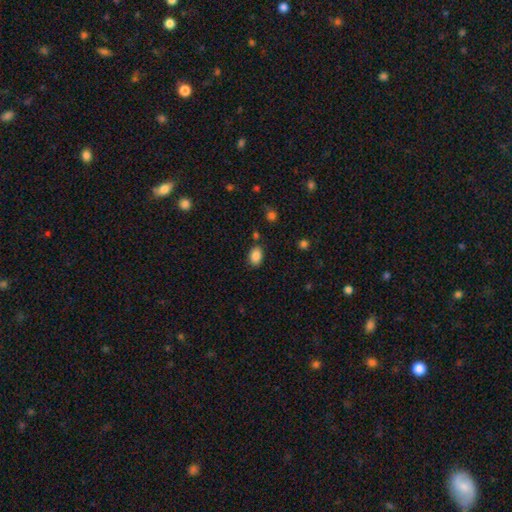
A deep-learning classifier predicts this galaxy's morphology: The model was most divided on "how rounded": in between: 79%, round: 20%, cigar-shaped: 1%. More confident: smooth or featured — smooth (87%); merging — none (79%).